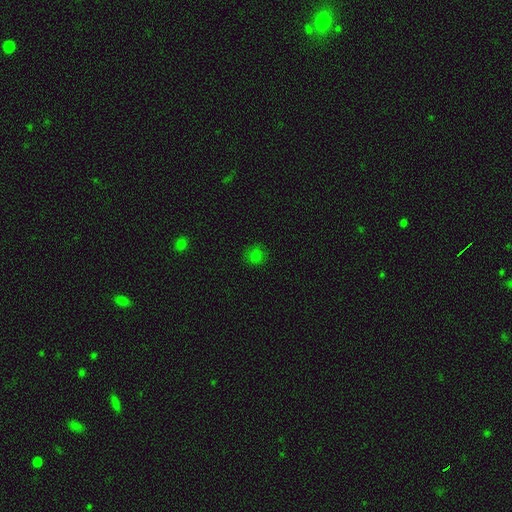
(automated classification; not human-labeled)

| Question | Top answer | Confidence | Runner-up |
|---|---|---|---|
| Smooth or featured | smooth | 75% | star or artifact (20%) |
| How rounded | round | 85% | in between (14%) |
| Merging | none | 82% | minor disturbance (13%) |